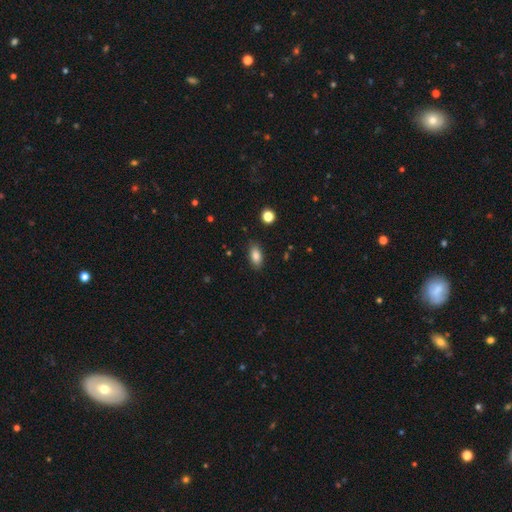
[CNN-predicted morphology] This appears to be a smooth galaxy with no disk features (85%) that is in between round and cigar-shaped (89%). Merging: none (85%).